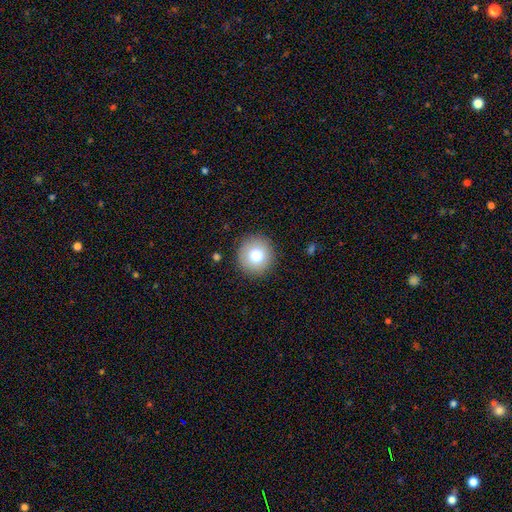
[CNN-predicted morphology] Smooth or featured?
  - smooth: 75% *
  - featured or disk: 14%
  - star or artifact: 11%
How rounded?
  - round: 95% *
  - in between: 4%
  - cigar-shaped: 1%
Merging?
  - none: 91% *
  - minor disturbance: 6%
  - major disturbance: 2%
  - merger: 1%